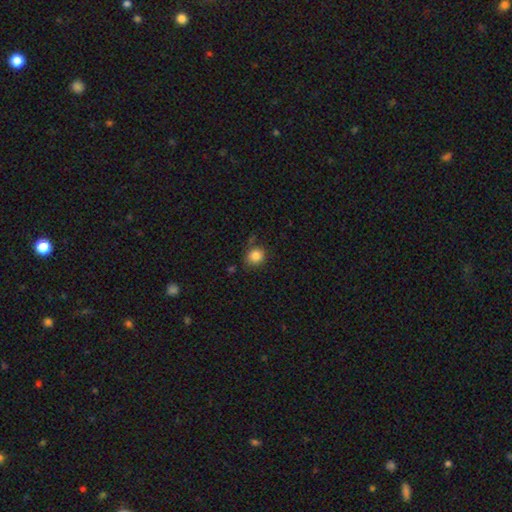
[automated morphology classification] smooth_or_featured: smooth (p=0.84) [alt: star or artifact p=0.11]
how_rounded: round (p=0.79) [alt: in between p=0.20]
merging: none (p=0.76) [alt: minor disturbance p=0.16]